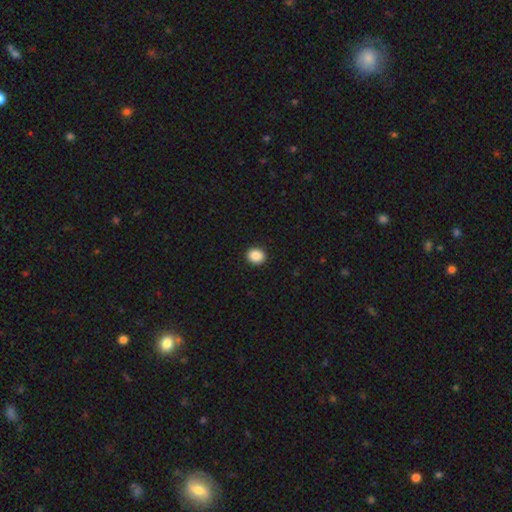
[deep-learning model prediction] A smooth galaxy with no disk features (88%) that is round (69%).

Vote fractions:
- Smooth or featured? smooth: 88% / star or artifact: 9% / featured or disk: 3%
- How rounded? round: 69% / in between: 30% / cigar-shaped: 1%
- Merging? none: 93% / minor disturbance: 5% / major disturbance: 2% / merger: 1%